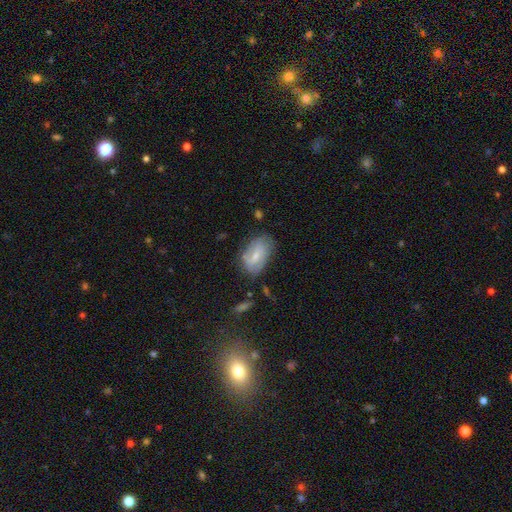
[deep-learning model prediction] A smooth galaxy with no disk features (48%). Merging: none (59%).